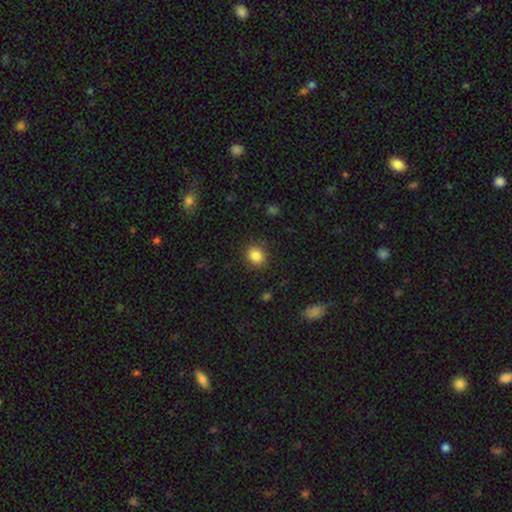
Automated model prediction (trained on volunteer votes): Smooth or featured? smooth (85%)
How rounded? round (65%)
Merging? none (86%)